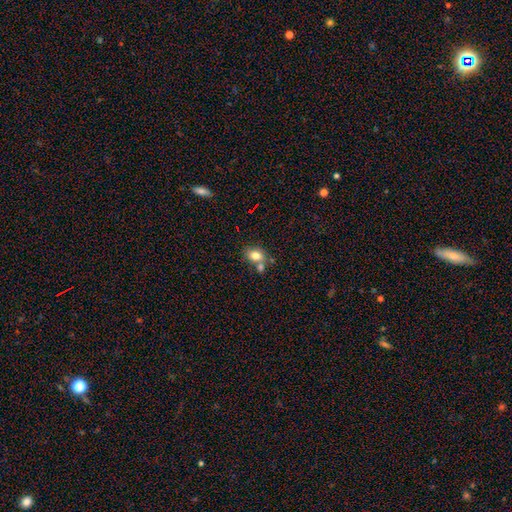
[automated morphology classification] A smooth galaxy with no disk features (79%) that is in between round and cigar-shaped (67%). Merging: none (51%).